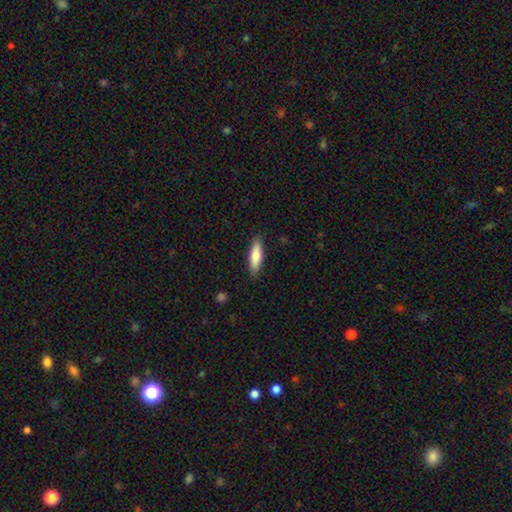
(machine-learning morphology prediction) type=smooth (79%); roundness=cigar-shaped (57%); merging=none (88%).